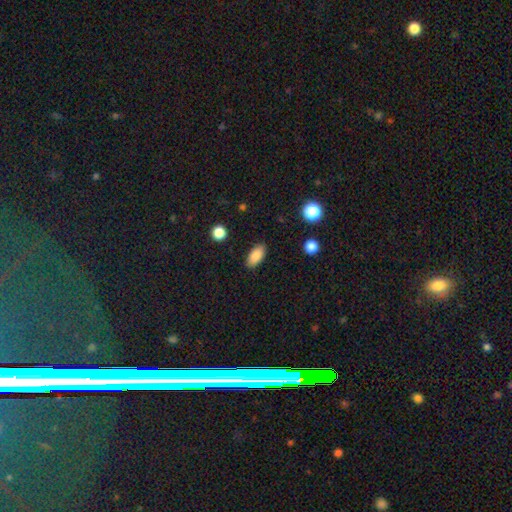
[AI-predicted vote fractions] Smooth or featured? Predicted: smooth (p=0.87). How rounded? Predicted: in between (p=0.89). Merging? Predicted: none (p=0.87).